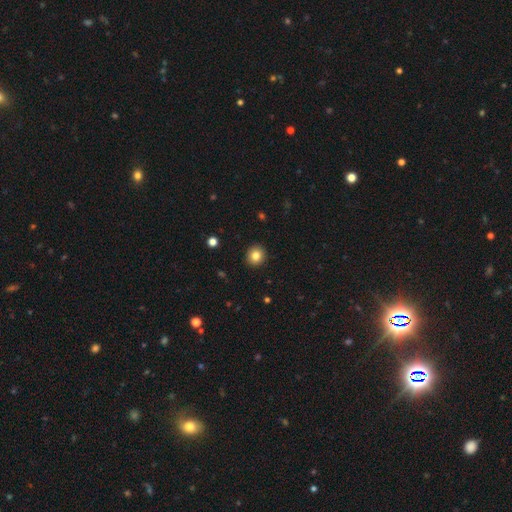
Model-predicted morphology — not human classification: smooth 83%, star or artifact 10%, featured or disk 7%. Down the decision tree: how rounded — round (86%); merging — none (92%).